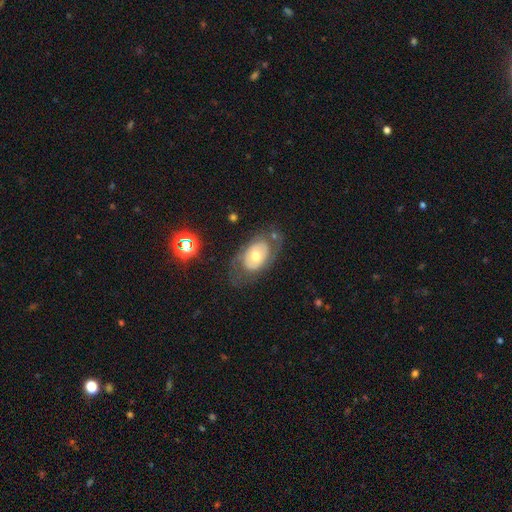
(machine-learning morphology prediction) type=featured or disk (56%); edge-on=no (92%); bar=no (82%); spiral arms=no (65%); bulge=moderate (71%); merging=none (61%).